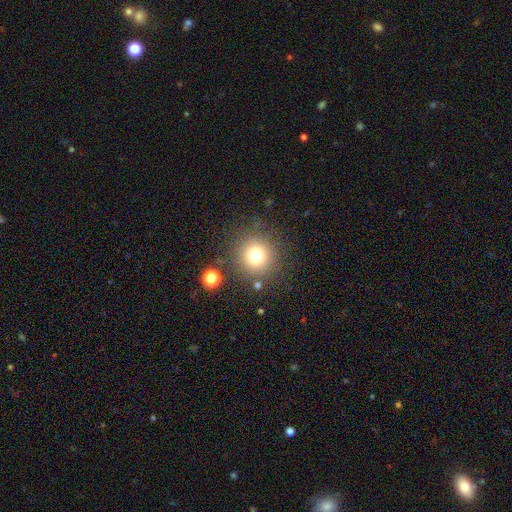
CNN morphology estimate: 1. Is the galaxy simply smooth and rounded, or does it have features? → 75% smooth, 16% star or artifact, 10% featured or disk.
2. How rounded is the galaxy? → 94% round, 5% in between, 1% cigar-shaped.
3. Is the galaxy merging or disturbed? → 84% none, 8% minor disturbance, 4% major disturbance, 4% merger.